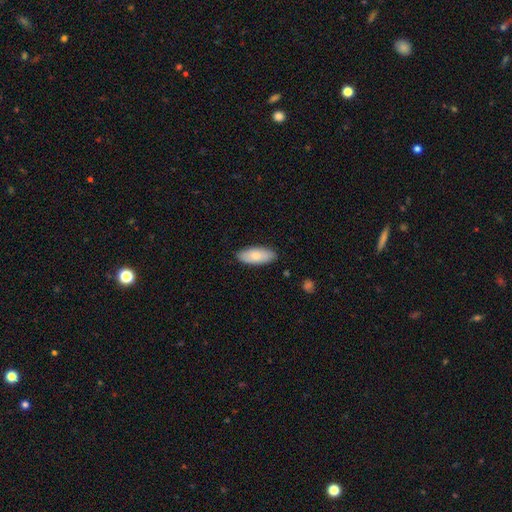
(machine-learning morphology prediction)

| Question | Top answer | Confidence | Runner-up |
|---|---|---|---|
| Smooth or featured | smooth | 76% | featured or disk (19%) |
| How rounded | in between | 87% | cigar-shaped (11%) |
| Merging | none | 86% | minor disturbance (11%) |